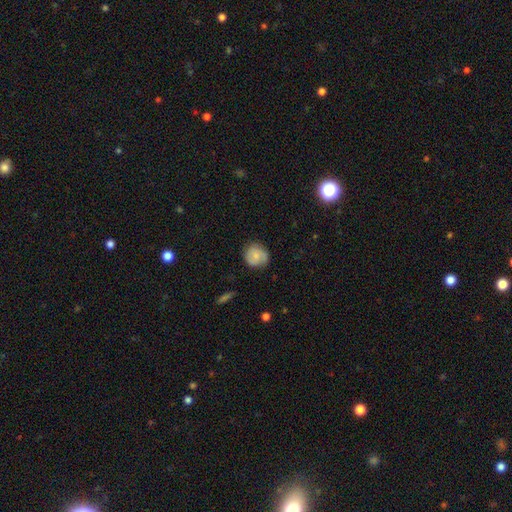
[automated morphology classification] smooth_or_featured: smooth (p=0.65) [alt: featured or disk p=0.28]
how_rounded: round (p=0.86) [alt: in between p=0.13]
merging: none (p=0.76) [alt: minor disturbance p=0.18]